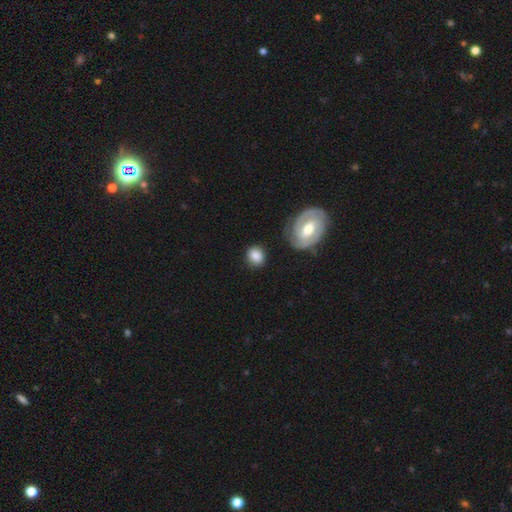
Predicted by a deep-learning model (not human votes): Smooth or featured? Predicted: smooth (p=0.80). How rounded? Predicted: round (p=0.65). Merging? Predicted: none (p=0.77).